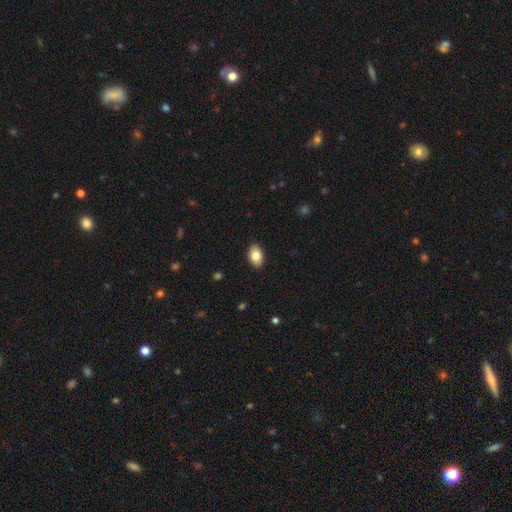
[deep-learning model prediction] This appears to be a smooth galaxy with no disk features (82%) that is in between round and cigar-shaped (91%). Merging: none (90%).